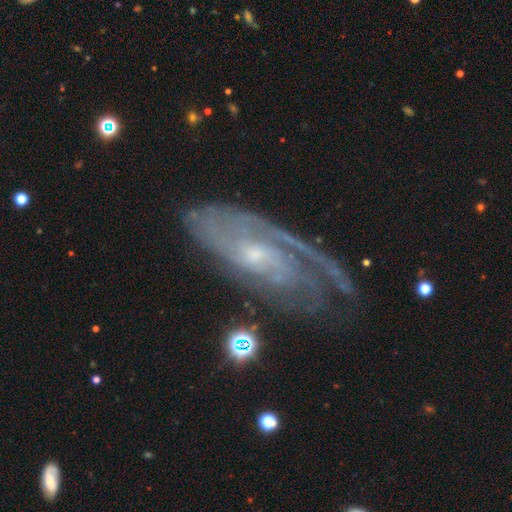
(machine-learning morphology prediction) The model was most divided on "spiral winding": medium: 39%, tight: 33%, loose: 28%. Remaining: edge-on disk — no (90%); spiral arms — yes (86%); smooth or featured — featured or disk (76%); merging — none (57%); bulge size — small (55%); spiral arm count — 2 (48%); bar — no (47%).